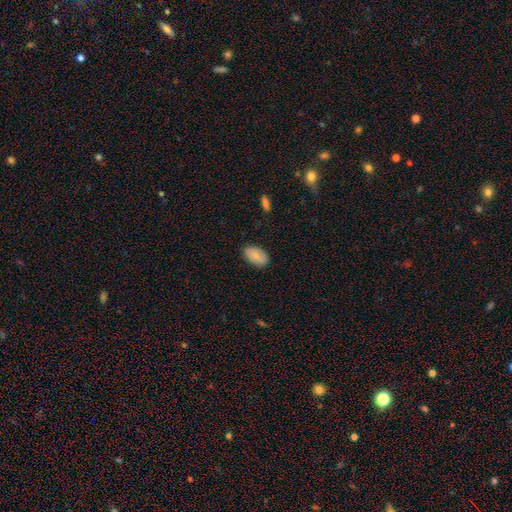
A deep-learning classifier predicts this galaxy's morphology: This appears to be a smooth galaxy with no disk features (83%) that is in between round and cigar-shaped (92%). Merging: none (85%).